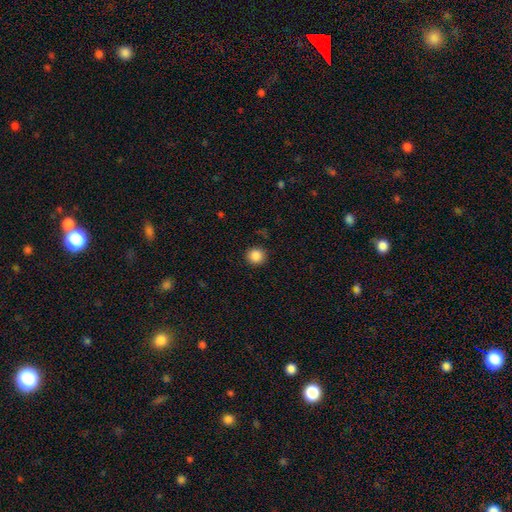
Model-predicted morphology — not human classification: smooth_or_featured: smooth (p=0.87) [alt: star or artifact p=0.10]
how_rounded: round (p=0.92) [alt: in between p=0.07]
merging: none (p=0.91) [alt: minor disturbance p=0.06]